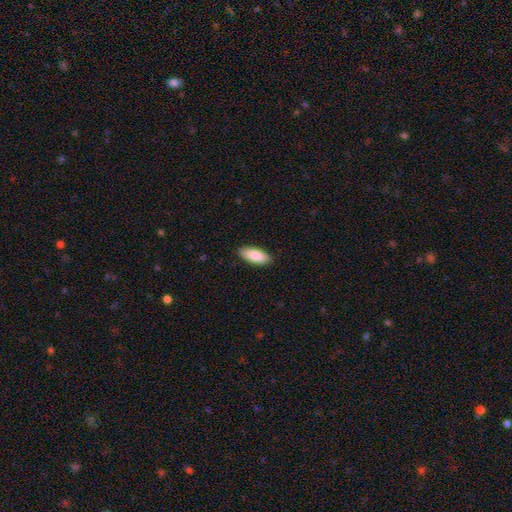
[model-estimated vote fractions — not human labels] Smooth or featured? smooth (87%)
How rounded? in between (81%)
Merging? none (88%)